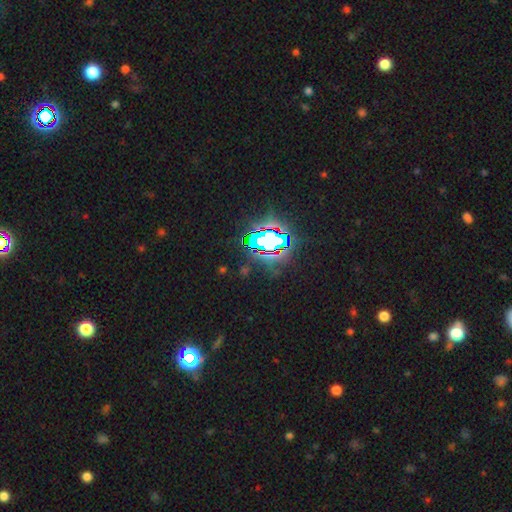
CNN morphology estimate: smooth_or_featured: star or artifact (p=0.83) [alt: smooth p=0.10]